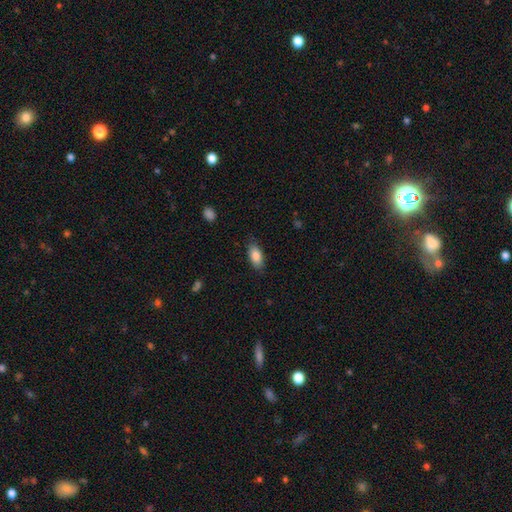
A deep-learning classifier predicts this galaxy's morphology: Overall: smooth (84%). How rounded: in between (89%). Merging: none (84%).